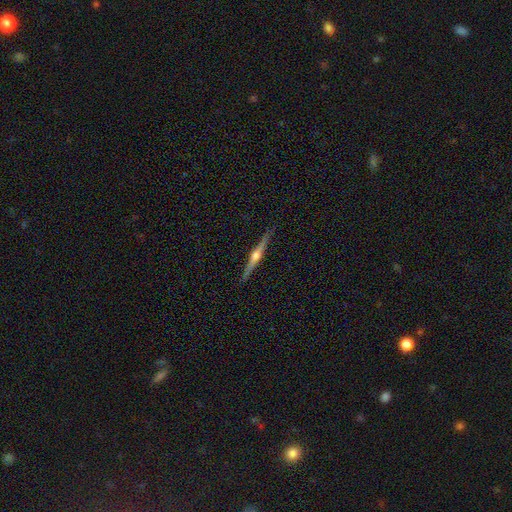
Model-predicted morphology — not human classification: smooth-or-featured: featured or disk: 82% | smooth: 13% | star or artifact: 5%
  disk-edge-on: yes: 98% | no: 2%
    edge-on-bulge: rounded: 94% | boxy: 3% | none: 3%
  merging: none: 91% | minor disturbance: 6% | major disturbance: 1% | merger: 1%